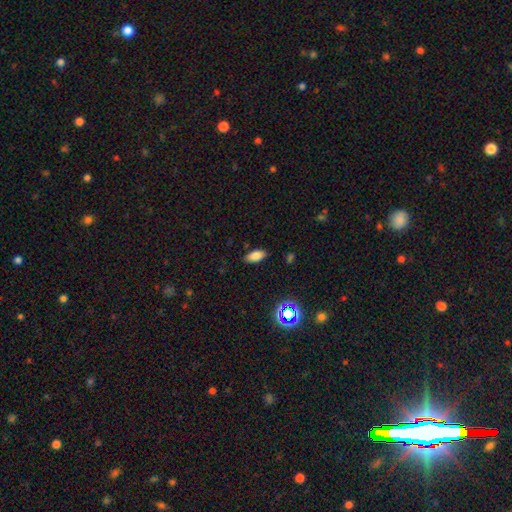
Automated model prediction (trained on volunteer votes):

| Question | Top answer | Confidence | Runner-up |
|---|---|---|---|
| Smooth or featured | smooth | 80% | star or artifact (12%) |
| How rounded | in between | 88% | cigar-shaped (8%) |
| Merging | none | 86% | minor disturbance (10%) |